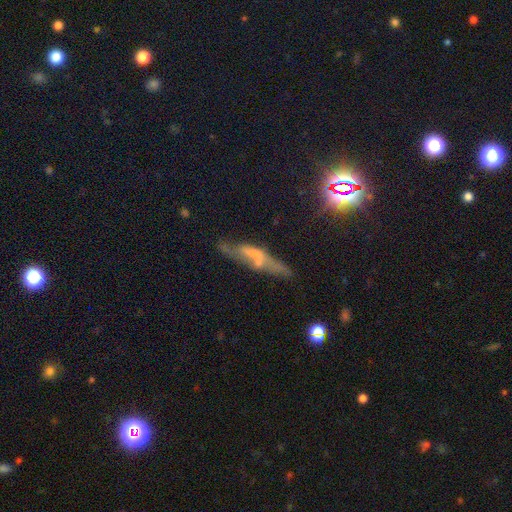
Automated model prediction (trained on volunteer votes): featured or disk 50%, smooth 36%, star or artifact 14%. Down the decision tree: edge-on disk — yes (54%); merging — none (47%).